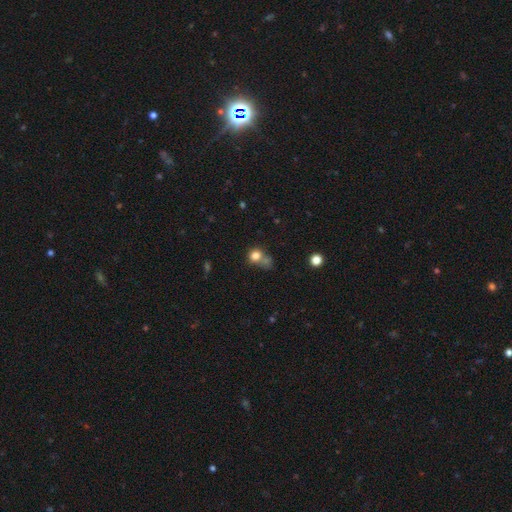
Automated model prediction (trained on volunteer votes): Overall: smooth (78%). How rounded: round (74%). Merging: none (40%; merger 37%).